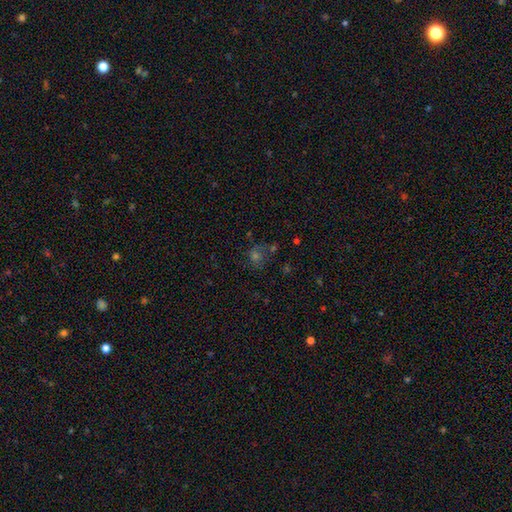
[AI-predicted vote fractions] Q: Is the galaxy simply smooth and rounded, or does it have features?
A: smooth — 39%.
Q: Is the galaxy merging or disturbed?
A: none — 63%.